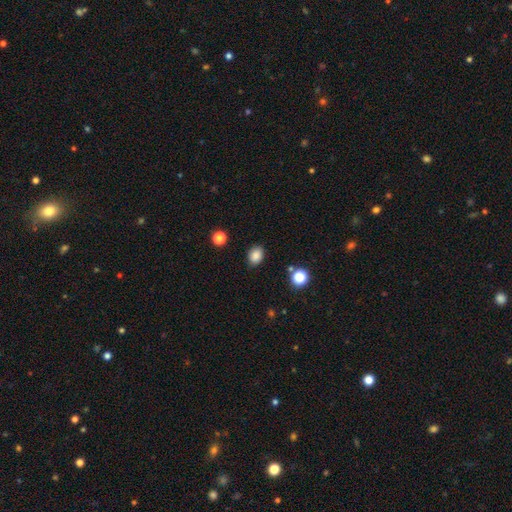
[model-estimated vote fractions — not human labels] Q: Smooth or featured?
A: smooth (85%); runner-up: star or artifact (10%)
Q: How rounded?
A: in between (67%); runner-up: round (32%)
Q: Merging?
A: none (86%); runner-up: minor disturbance (10%)